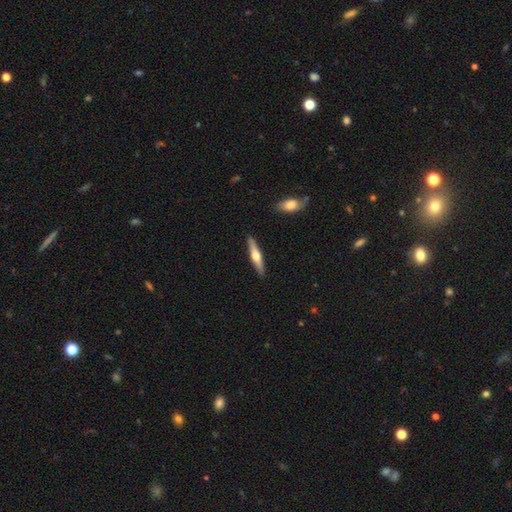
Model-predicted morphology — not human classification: Q: Smooth or featured?
A: featured or disk (57%); runner-up: smooth (39%)
Q: Edge-on disk?
A: yes (95%); runner-up: no (5%)
Q: Edge-on bulge?
A: rounded (93%); runner-up: none (4%)
Q: Merging?
A: none (91%); runner-up: minor disturbance (7%)